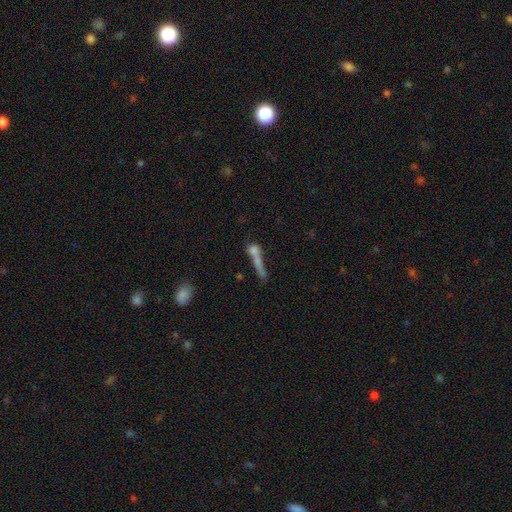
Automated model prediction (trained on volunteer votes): This is possibly a smooth galaxy (57%). How rounded: possibly cigar-shaped (58%). Merging: possibly merger (49%).